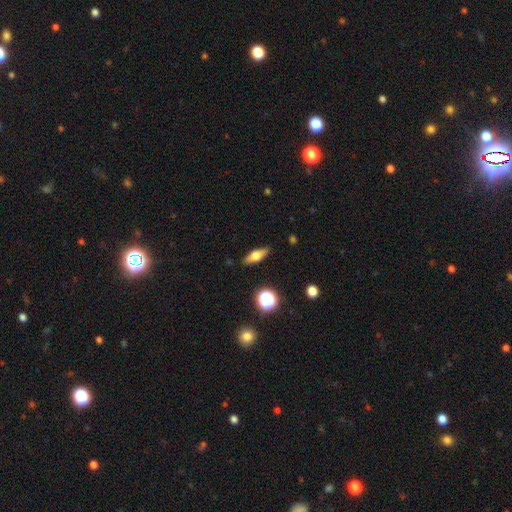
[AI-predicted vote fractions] This is possibly a smooth galaxy (55%). How rounded: possibly in between (57%). Merging: clearly none (87%).